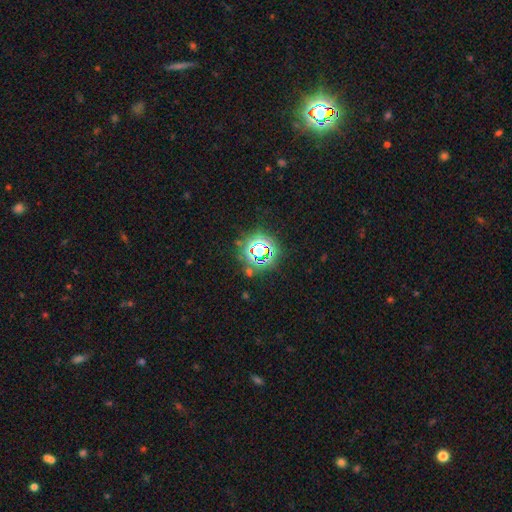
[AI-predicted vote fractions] Q: Smooth or featured?
A: star or artifact (78%); runner-up: smooth (15%)